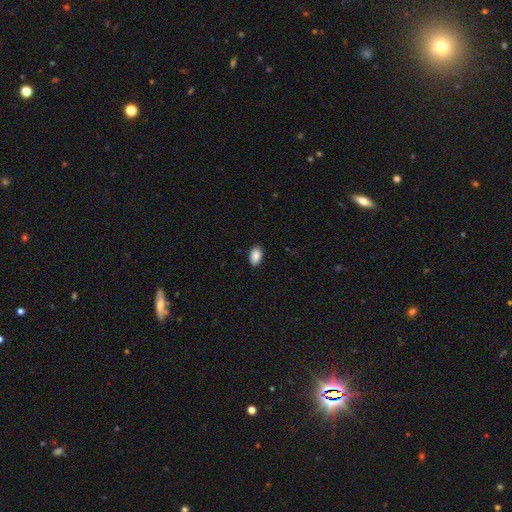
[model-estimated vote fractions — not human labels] Smooth or featured: smooth — 89% (star or artifact — 7%)
How rounded: in between — 91% (round — 8%)
Merging: none — 86% (minor disturbance — 11%)